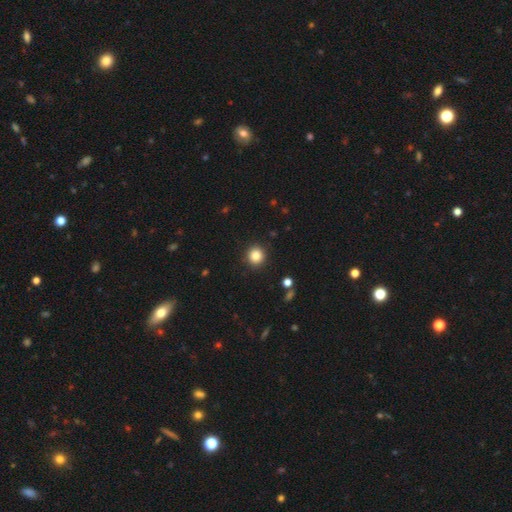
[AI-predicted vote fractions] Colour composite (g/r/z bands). It shows a smooth galaxy with no disk features (84%) that is round (92%). Merging: none (91%).